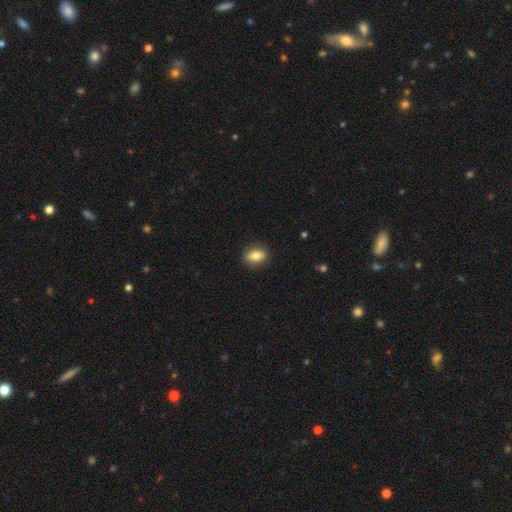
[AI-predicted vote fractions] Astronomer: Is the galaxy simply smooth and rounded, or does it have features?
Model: smooth — 82%.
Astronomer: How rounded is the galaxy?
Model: in between — 75%.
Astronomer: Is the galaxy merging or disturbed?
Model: none — 86%.